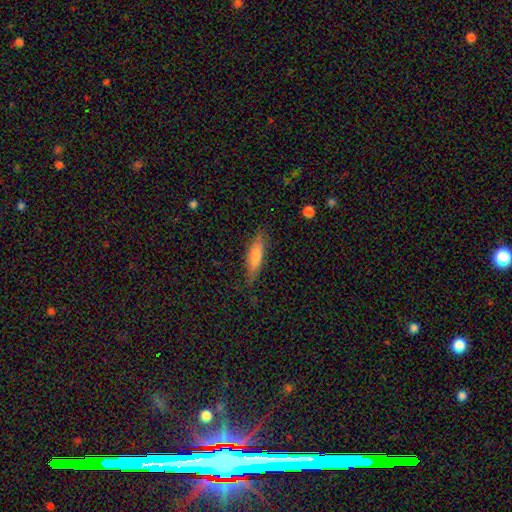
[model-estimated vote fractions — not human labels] Morphology: type=smooth (68%); roundness=cigar-shaped (74%); merging=none (81%).